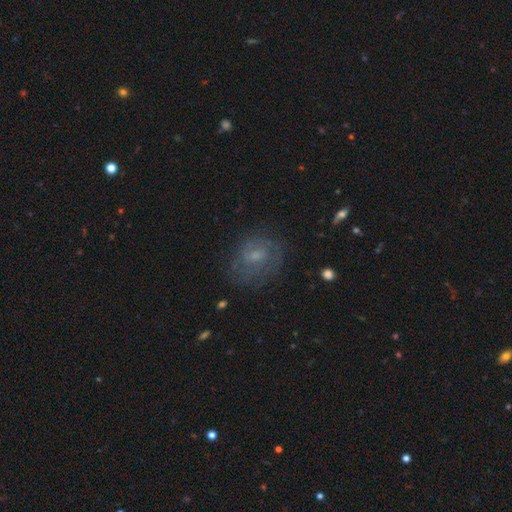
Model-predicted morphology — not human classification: type=featured or disk (51%); edge-on=no (96%); merging=none (68%).